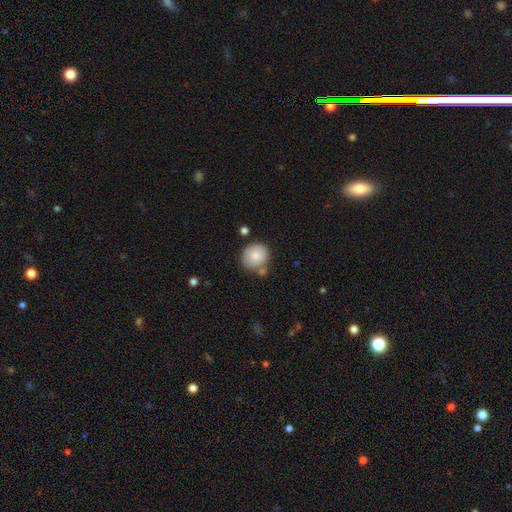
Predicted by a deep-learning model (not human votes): Smooth or featured? Predicted: smooth (p=0.81). How rounded? Predicted: round (p=0.89). Merging? Predicted: none (p=0.71).